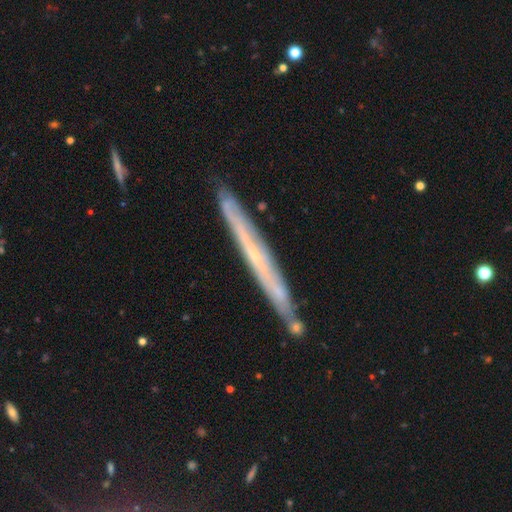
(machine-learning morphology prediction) A featured or disk galaxy (70%) viewed edge-on (92%) with no central bulge (70%).

Vote fractions:
- Smooth or featured? featured or disk: 70% / smooth: 23% / star or artifact: 7%
- Edge-on disk? yes: 92% / no: 8%
- Edge-on bulge? none: 70% / rounded: 27% / boxy: 3%
- Merging? none: 85% / minor disturbance: 11% / merger: 3% / major disturbance: 2%